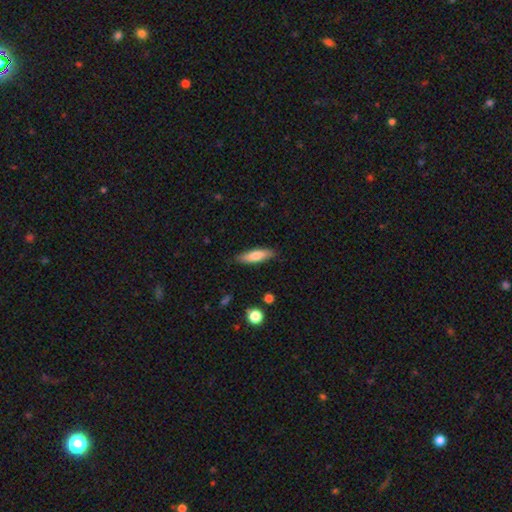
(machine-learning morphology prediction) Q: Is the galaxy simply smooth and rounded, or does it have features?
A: smooth — 73%.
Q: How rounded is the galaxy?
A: cigar-shaped — 63%.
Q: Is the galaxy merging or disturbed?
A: none — 85%.